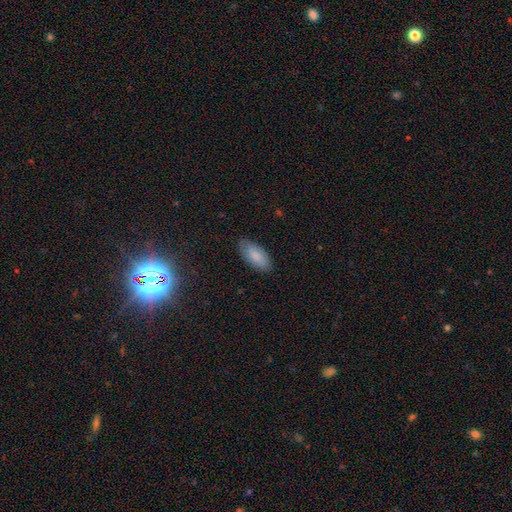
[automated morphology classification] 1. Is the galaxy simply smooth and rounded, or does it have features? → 86% smooth, 8% featured or disk, 6% star or artifact.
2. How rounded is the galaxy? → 90% in between, 9% cigar-shaped, 2% round.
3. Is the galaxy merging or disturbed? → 83% none, 14% minor disturbance, 3% major disturbance, 1% merger.